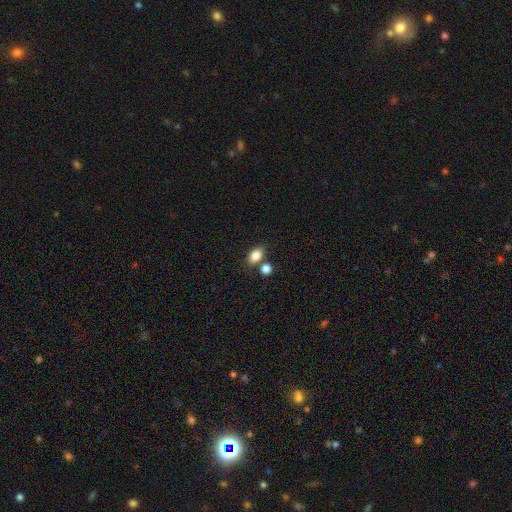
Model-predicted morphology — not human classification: The model was most divided on "merging": none: 69%, merger: 16%, minor disturbance: 11%, major disturbance: 3%. More confident: smooth or featured — smooth (83%); how rounded — in between (80%).